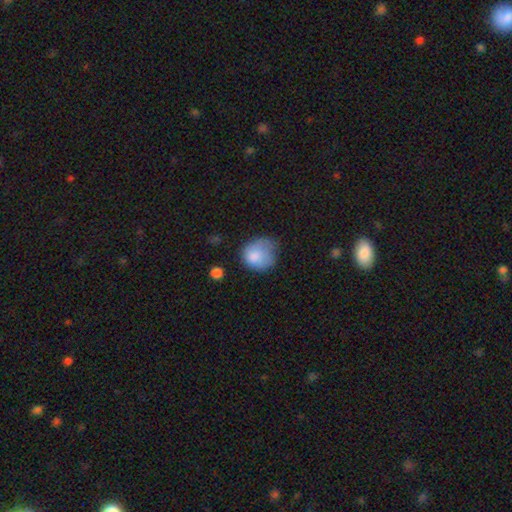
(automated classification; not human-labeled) This appears to be a smooth galaxy with no disk features (80%) that is round (70%). Merging: minor disturbance (39%).